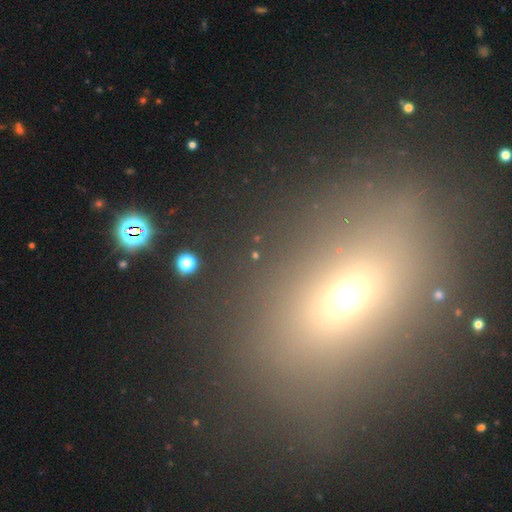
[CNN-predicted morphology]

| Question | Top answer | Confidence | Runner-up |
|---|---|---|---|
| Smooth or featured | smooth | 47% | star or artifact (39%) |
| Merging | none | 78% | minor disturbance (10%) |